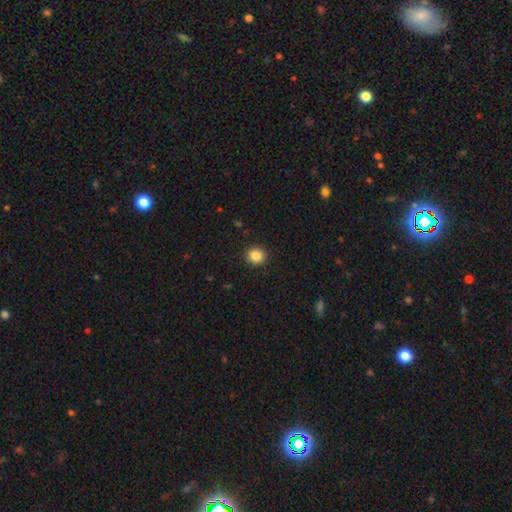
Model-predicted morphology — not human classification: Q: Smooth or featured?
A: smooth (86%); runner-up: star or artifact (10%)
Q: How rounded?
A: round (89%); runner-up: in between (10%)
Q: Merging?
A: none (92%); runner-up: minor disturbance (5%)